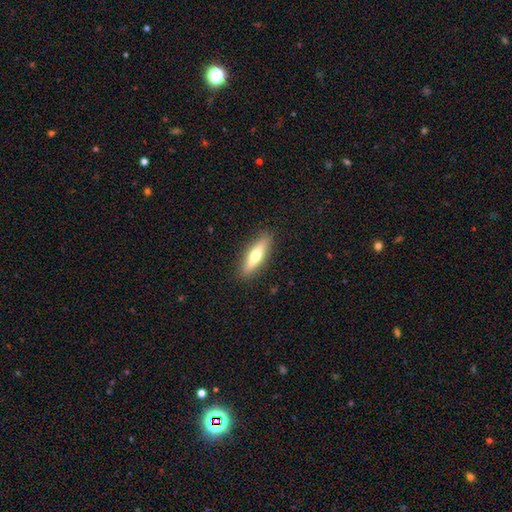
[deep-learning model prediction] A smooth galaxy with no disk features (56%) that is cigar-shaped (67%). Merging: none (89%).